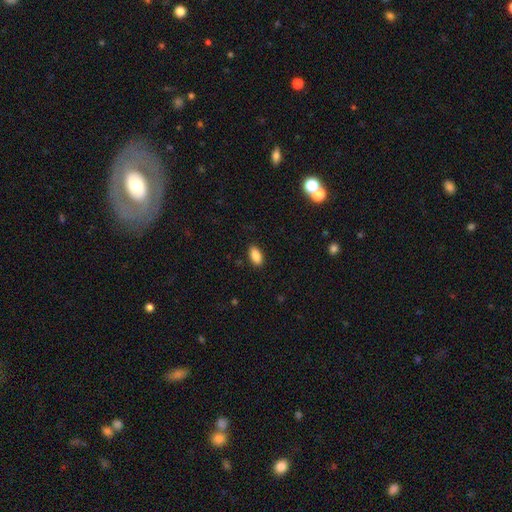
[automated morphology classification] This is clearly a smooth galaxy (88%). How rounded: clearly in between (91%). Merging: clearly none (88%).